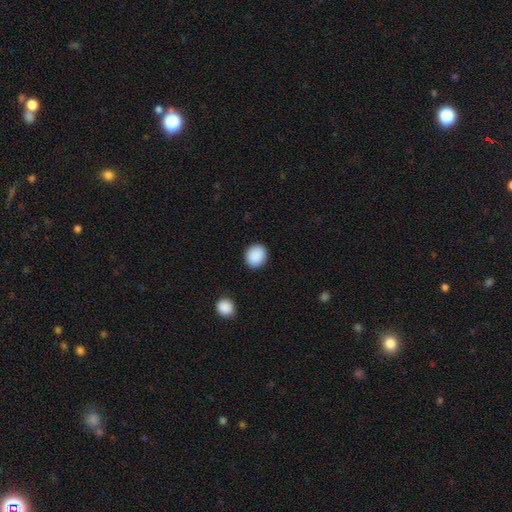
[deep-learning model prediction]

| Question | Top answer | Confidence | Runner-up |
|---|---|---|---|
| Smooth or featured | smooth | 90% | star or artifact (8%) |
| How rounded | round | 68% | in between (31%) |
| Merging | none | 90% | minor disturbance (6%) |